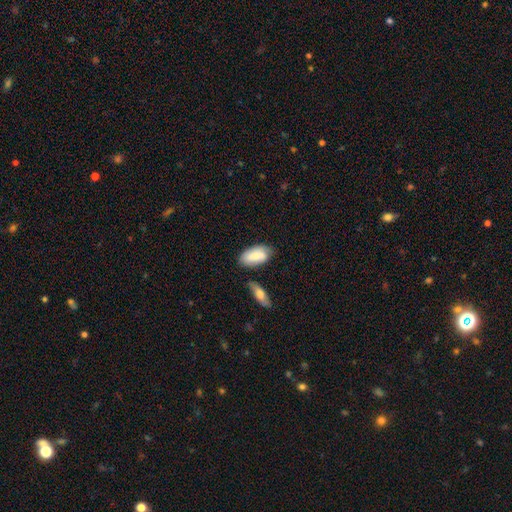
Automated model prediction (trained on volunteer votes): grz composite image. It shows a smooth galaxy with no disk features (79%) that is in between round and cigar-shaped (93%). Merging: none (68%).